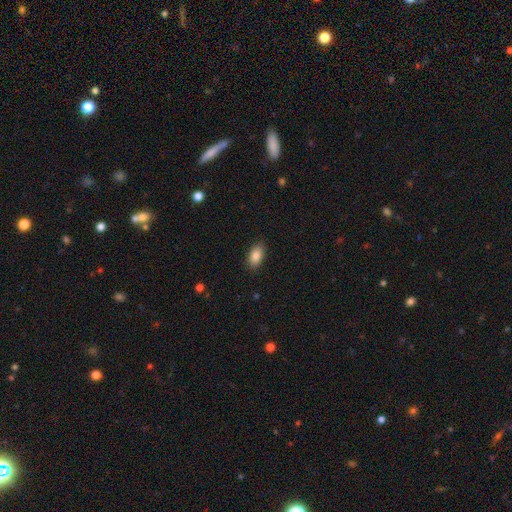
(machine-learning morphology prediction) Overall: smooth (87%). How rounded: in between (92%). Merging: none (88%).